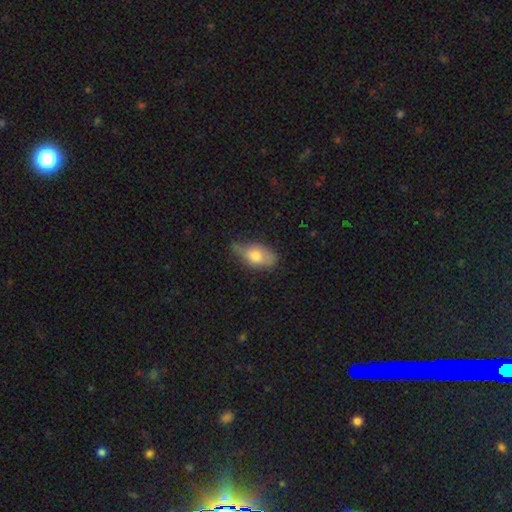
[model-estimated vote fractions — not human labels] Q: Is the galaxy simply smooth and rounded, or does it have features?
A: smooth — 70%.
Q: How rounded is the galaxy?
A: in between — 88%.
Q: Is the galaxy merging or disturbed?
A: none — 43%.